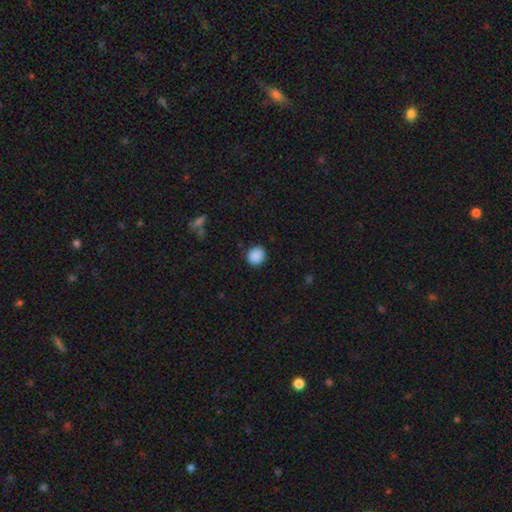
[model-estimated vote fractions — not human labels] A smooth galaxy with no disk features (89%) that is round (82%). Merging: none (90%).